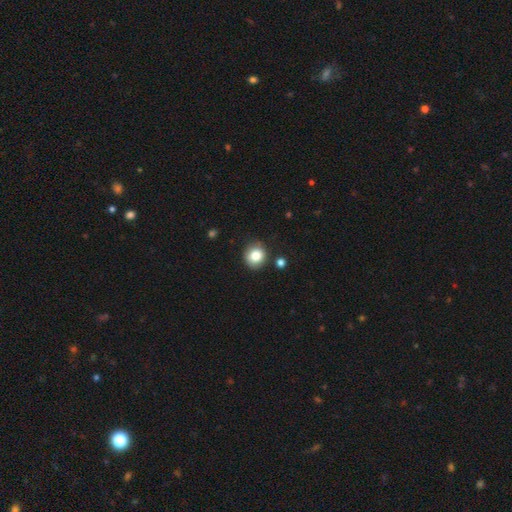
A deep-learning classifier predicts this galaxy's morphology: Overall: smooth (82%). How rounded: round (87%). Merging: none (84%).